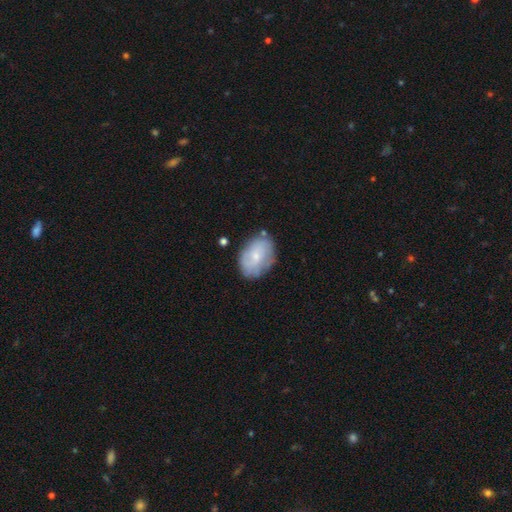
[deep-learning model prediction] Smooth or featured? smooth (55%)
How rounded? in between (79%)
Merging? none (69%)